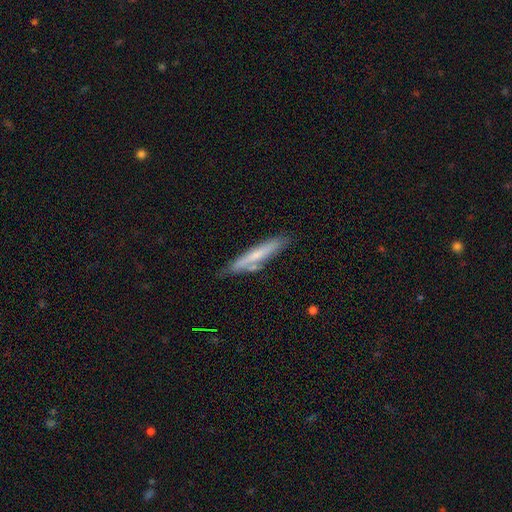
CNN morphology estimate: A smooth galaxy with no disk features (54%) that is cigar-shaped (90%). Merging: none (70%).